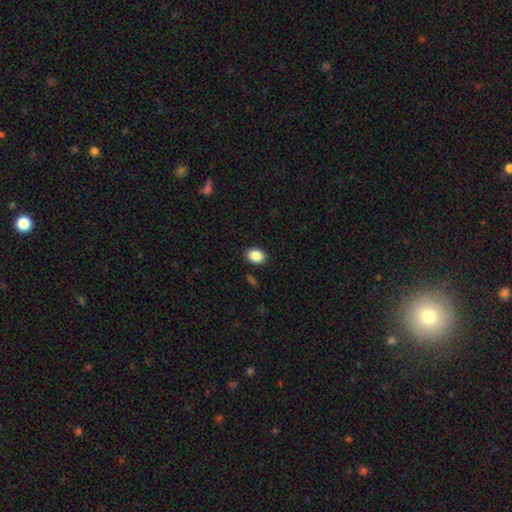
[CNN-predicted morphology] smooth 88%, star or artifact 8%, featured or disk 4%. Down the decision tree: how rounded — in between (72%); merging — none (88%).